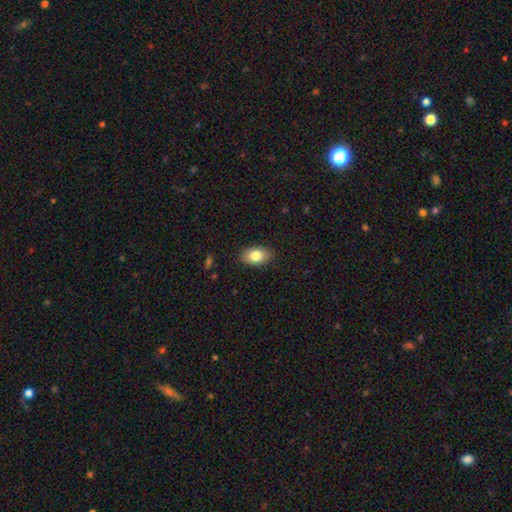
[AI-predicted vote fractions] A smooth galaxy with no disk features (81%) that is in between round and cigar-shaped (90%). Merging: none (88%).